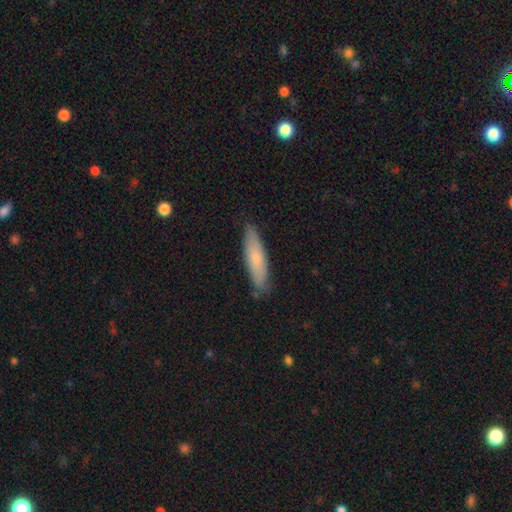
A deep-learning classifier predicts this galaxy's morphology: Overall: smooth (73%). How rounded: cigar-shaped (71%). Merging: none (84%).